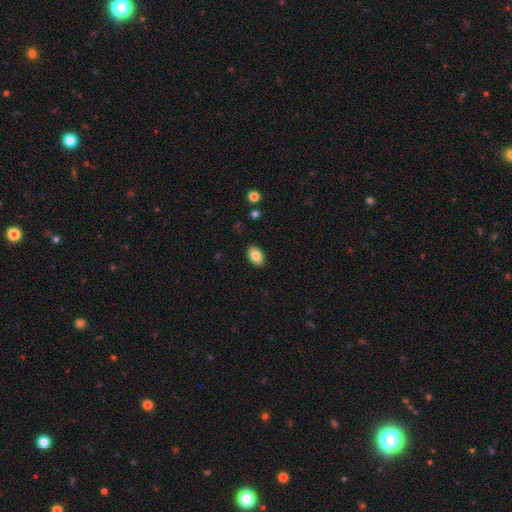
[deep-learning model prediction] This appears to be a smooth galaxy with no disk features (83%) that is in between round and cigar-shaped (89%). Merging: none (89%).